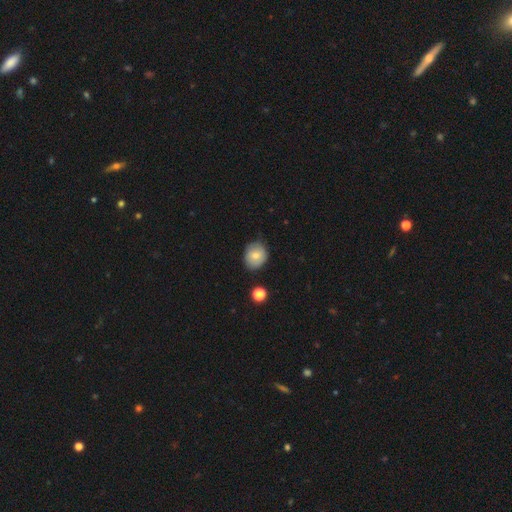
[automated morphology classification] A smooth galaxy with no disk features (73%) that is round (73%).

Vote fractions:
- Smooth or featured? smooth: 73% / featured or disk: 18% / star or artifact: 9%
- How rounded? round: 73% / in between: 26% / cigar-shaped: 1%
- Merging? none: 77% / minor disturbance: 18% / major disturbance: 3% / merger: 2%